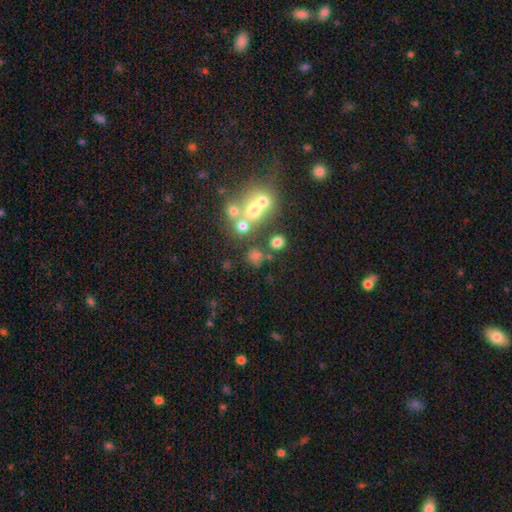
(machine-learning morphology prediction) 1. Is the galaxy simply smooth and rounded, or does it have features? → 61% smooth, 21% star or artifact, 17% featured or disk.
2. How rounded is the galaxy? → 78% round, 21% in between, 2% cigar-shaped.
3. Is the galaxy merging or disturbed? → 59% none, 25% merger, 10% minor disturbance, 6% major disturbance.